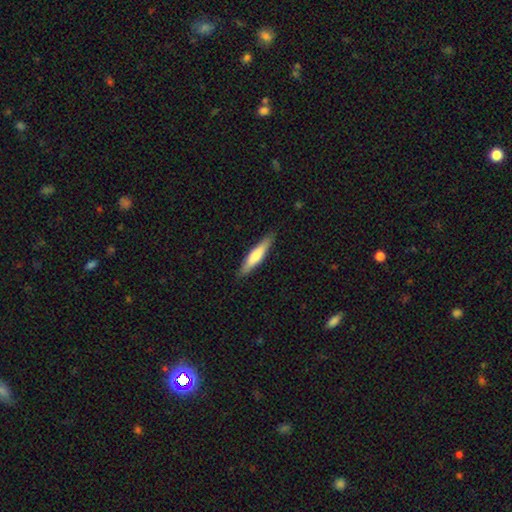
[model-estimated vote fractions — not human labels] smooth_or_featured: smooth (p=0.66) [alt: featured or disk p=0.29]
how_rounded: cigar-shaped (p=0.86) [alt: in between p=0.13]
merging: none (p=0.87) [alt: minor disturbance p=0.10]